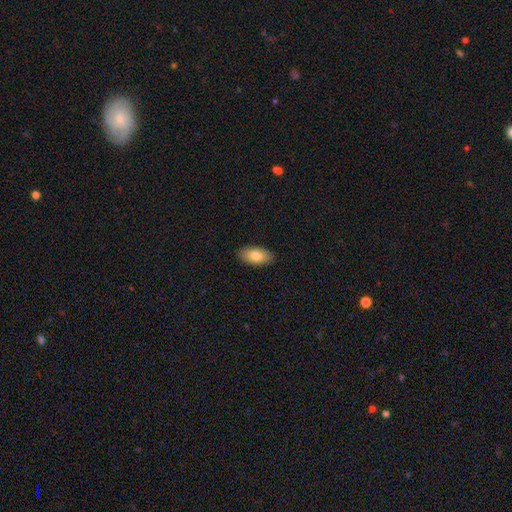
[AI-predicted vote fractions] This appears to be a smooth galaxy with no disk features (82%) that is in between round and cigar-shaped (93%). Merging: none (90%).